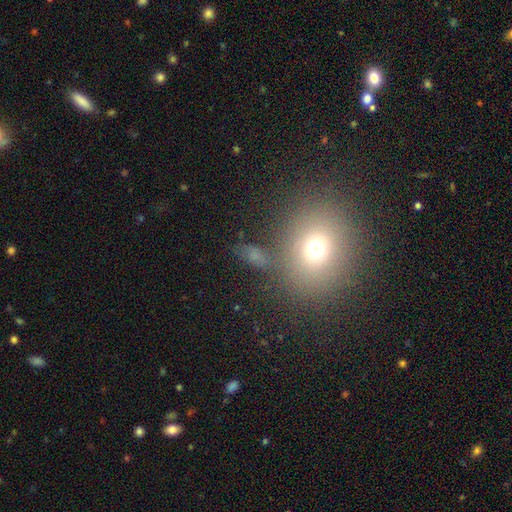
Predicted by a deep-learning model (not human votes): smooth-or-featured: smooth: 57% | star or artifact: 24% | featured or disk: 18%
  how-rounded: in between: 62% | round: 30% | cigar-shaped: 7%
  merging: none: 63% | minor disturbance: 15% | merger: 13% | major disturbance: 9%